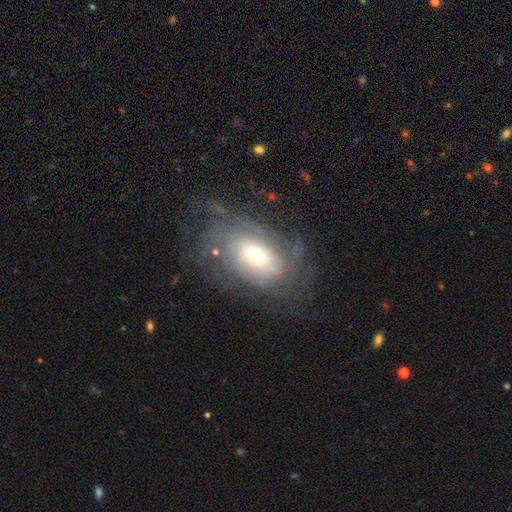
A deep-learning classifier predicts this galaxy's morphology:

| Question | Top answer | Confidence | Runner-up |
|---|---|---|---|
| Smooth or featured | featured or disk | 75% | smooth (16%) |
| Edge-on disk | no | 95% | yes (5%) |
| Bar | no | 62% | weak (29%) |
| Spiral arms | yes | 85% | no (15%) |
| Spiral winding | tight | 59% | medium (28%) |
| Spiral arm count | can't tell | 55% | 2 (14%) |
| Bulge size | moderate | 50% | small (40%) |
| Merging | none | 63% | minor disturbance (19%) |